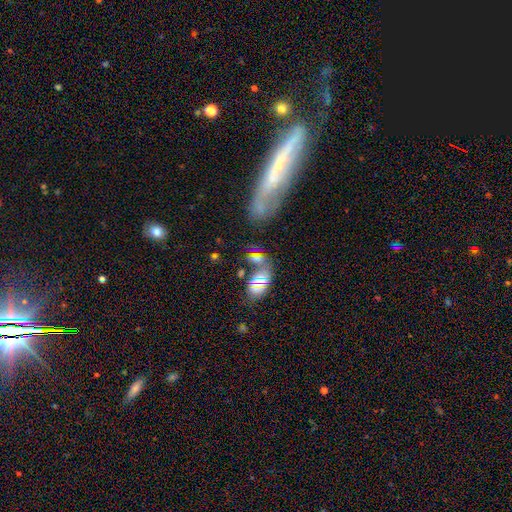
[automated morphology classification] This appears to be a smooth galaxy with no disk features (46%). Merging: none (48%).